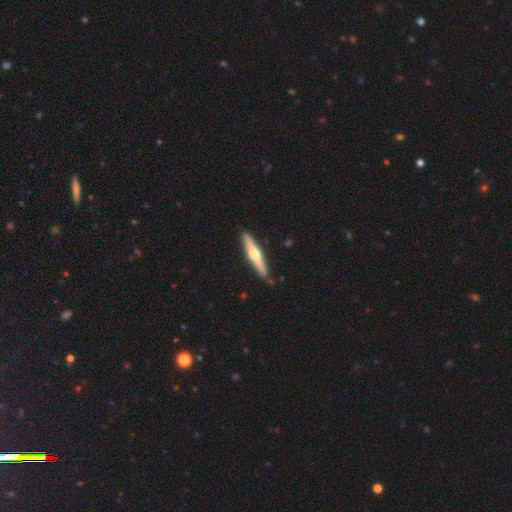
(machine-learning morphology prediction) This is possibly a featured or disk galaxy (60%). It is clearly viewed edge-on (97%). Edge-on bulge: clearly rounded (91%). Merging: clearly none (89%).